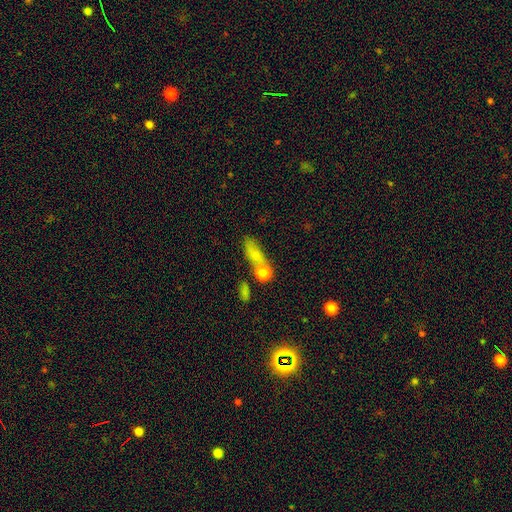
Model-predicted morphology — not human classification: A smooth galaxy with no disk features (67%) that is in between round and cigar-shaped (47%).

Vote fractions:
- Smooth or featured? smooth: 67% / featured or disk: 16% / star or artifact: 16%
- How rounded? in between: 47% / cigar-shaped: 35% / round: 18%
- Merging? none: 48% / merger: 26% / minor disturbance: 16% / major disturbance: 10%